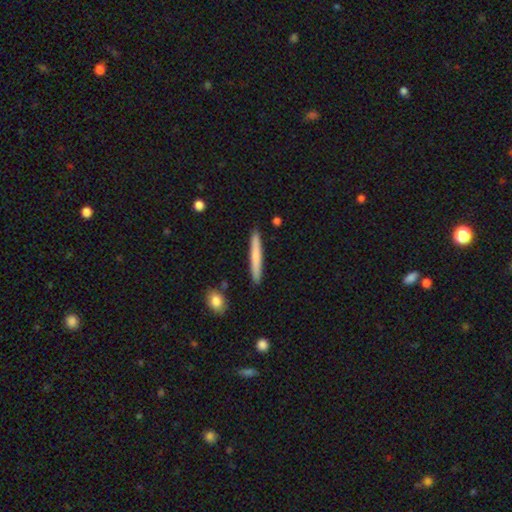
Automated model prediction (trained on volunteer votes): Smooth or featured: smooth — 69% (featured or disk — 26%)
How rounded: cigar-shaped — 96% (in between — 3%)
Merging: none — 91% (minor disturbance — 6%)